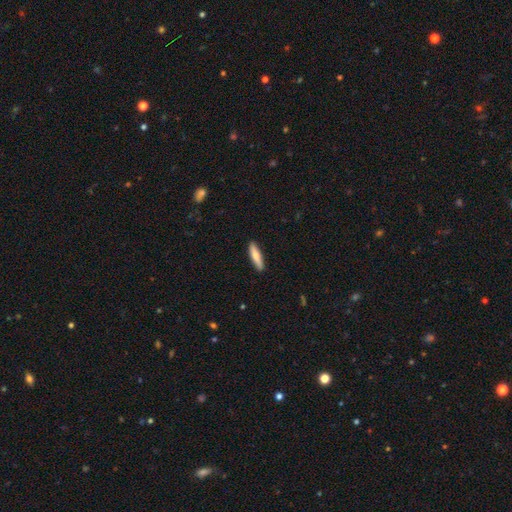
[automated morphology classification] Overall: smooth (73%). How rounded: cigar-shaped (79%). Merging: none (90%).